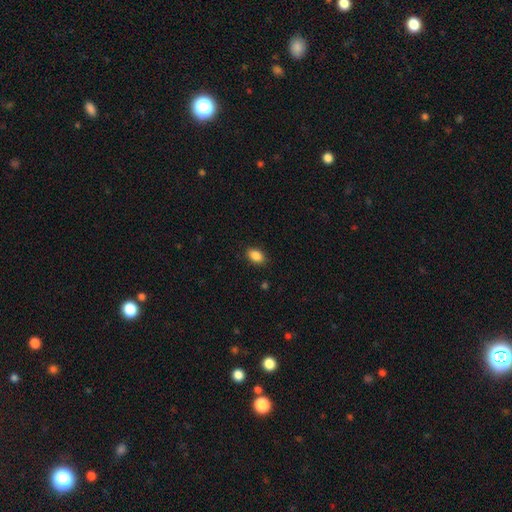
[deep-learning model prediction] The model was most divided on "how rounded": in between: 88%, round: 10%, cigar-shaped: 2%. More confident: smooth or featured — smooth (88%); merging — none (88%).